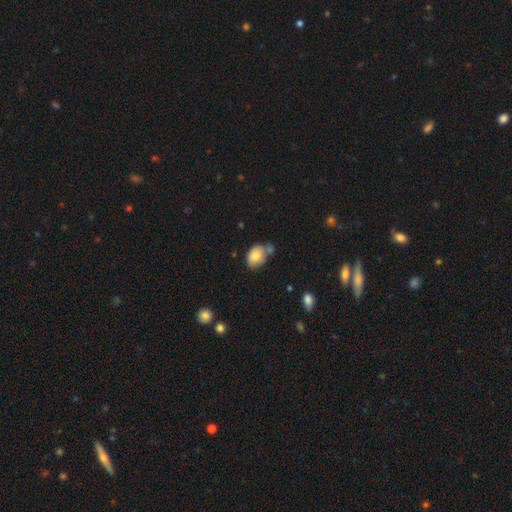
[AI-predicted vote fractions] Smooth or featured? Predicted: smooth (p=0.79). How rounded? Predicted: in between (p=0.79). Merging? Predicted: none (p=0.49).